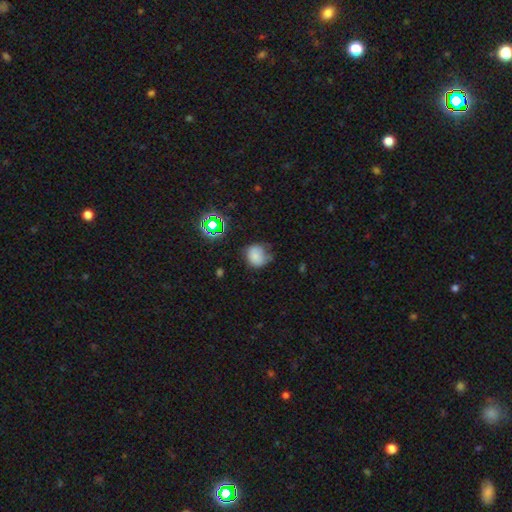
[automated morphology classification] This appears to be a smooth galaxy with no disk features (74%) that is round (79%). Merging: none (48%).